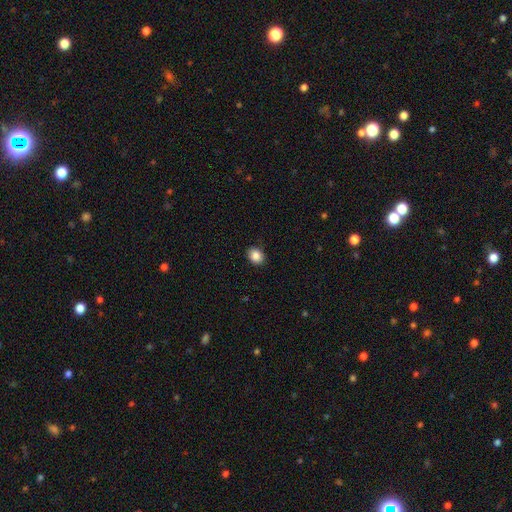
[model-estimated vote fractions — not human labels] Smooth or featured: smooth — 87% (star or artifact — 9%)
How rounded: round — 56% (in between — 44%)
Merging: none — 89% (minor disturbance — 8%)